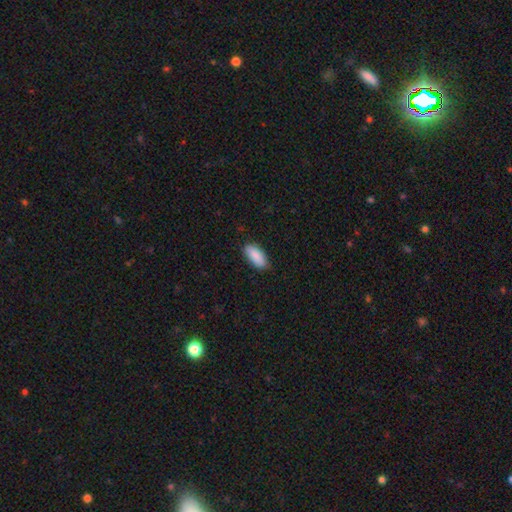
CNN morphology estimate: smooth_or_featured: smooth (p=0.90) [alt: star or artifact p=0.06]
how_rounded: in between (p=0.88) [alt: cigar-shaped p=0.10]
merging: none (p=0.85) [alt: minor disturbance p=0.12]